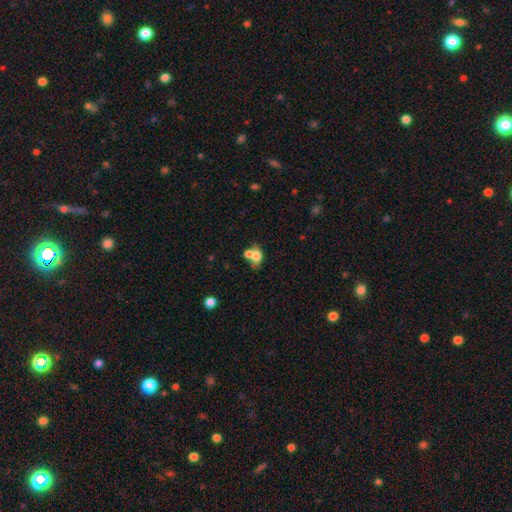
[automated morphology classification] This is likely a smooth galaxy (71%). How rounded: likely in between (70%). Merging: possibly merger (50%).